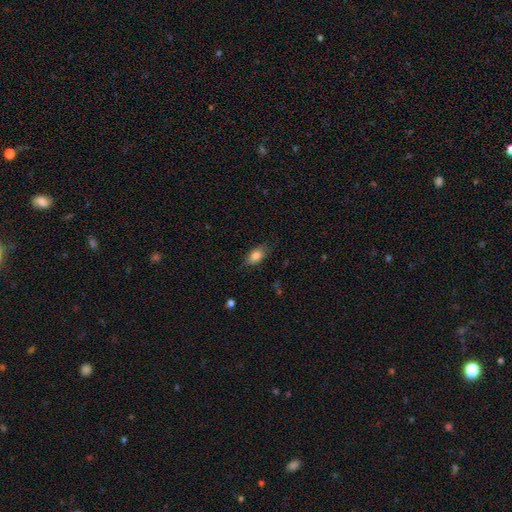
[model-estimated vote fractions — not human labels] A smooth galaxy with no disk features (84%) that is in between round and cigar-shaped (87%). Merging: none (78%).